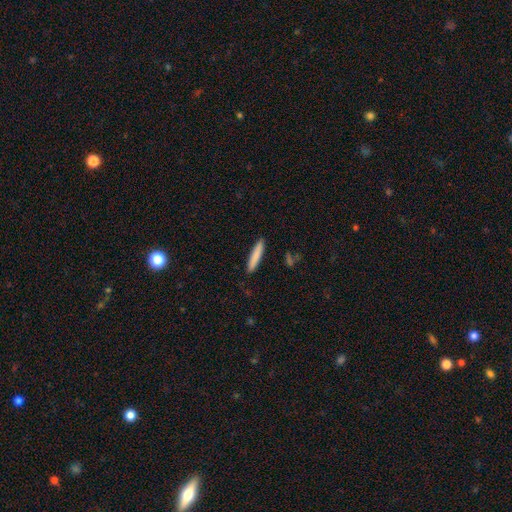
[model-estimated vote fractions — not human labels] smooth_or_featured: smooth (p=0.83) [alt: featured or disk p=0.11]
how_rounded: cigar-shaped (p=0.92) [alt: in between p=0.07]
merging: none (p=0.90) [alt: minor disturbance p=0.07]